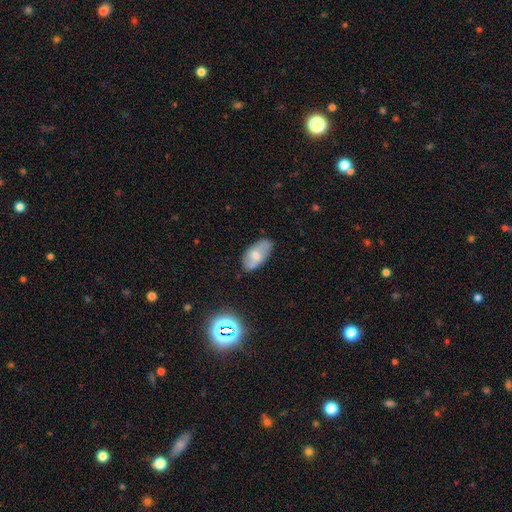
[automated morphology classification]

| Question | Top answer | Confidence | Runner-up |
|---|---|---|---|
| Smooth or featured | smooth | 62% | featured or disk (30%) |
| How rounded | in between | 93% | cigar-shaped (4%) |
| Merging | none | 69% | minor disturbance (23%) |